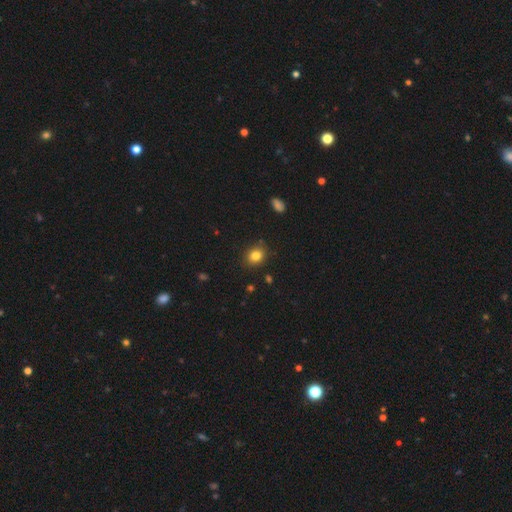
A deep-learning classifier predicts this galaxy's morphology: smooth 83%, star or artifact 11%, featured or disk 6%. Down the decision tree: how rounded — round (61%); merging — none (87%).